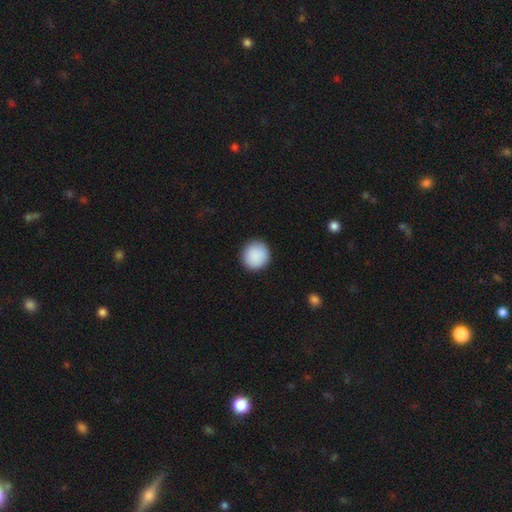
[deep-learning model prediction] Morphology: type=smooth (90%); roundness=round (93%); merging=none (92%).